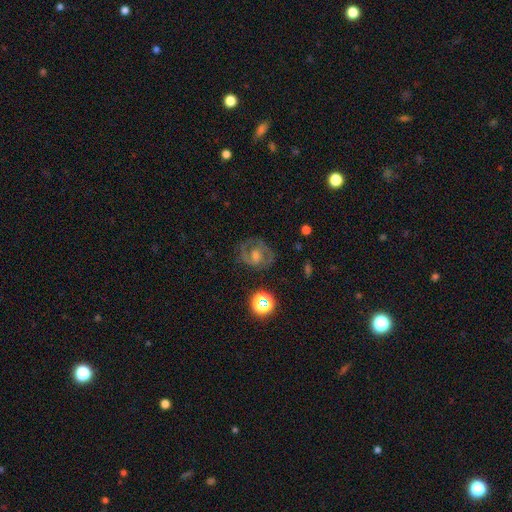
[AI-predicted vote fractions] Morphology: type=featured or disk (65%); edge-on=no (97%); bar=no (50%); spiral arms=yes (75%); bulge=moderate (49%); merging=none (76%).